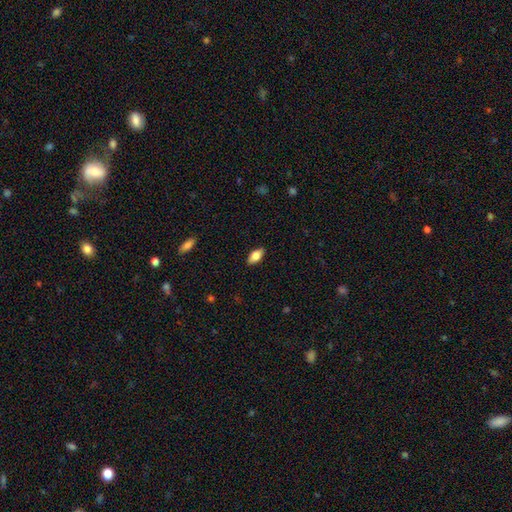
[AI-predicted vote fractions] Morphology: type=smooth (79%); roundness=in between (90%); merging=none (88%).